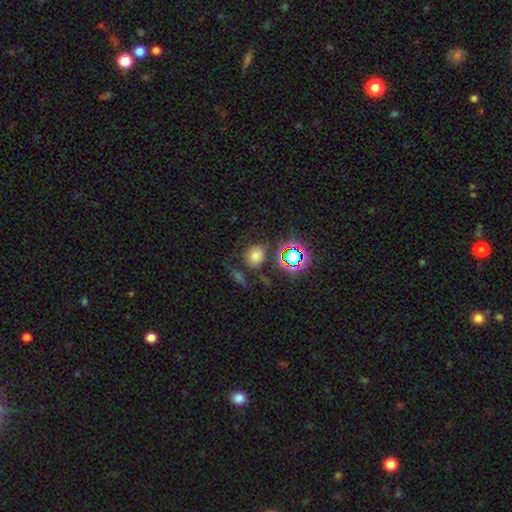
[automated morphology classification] This is likely a smooth galaxy (67%). How rounded: likely round (77%). Merging: likely none (73%).